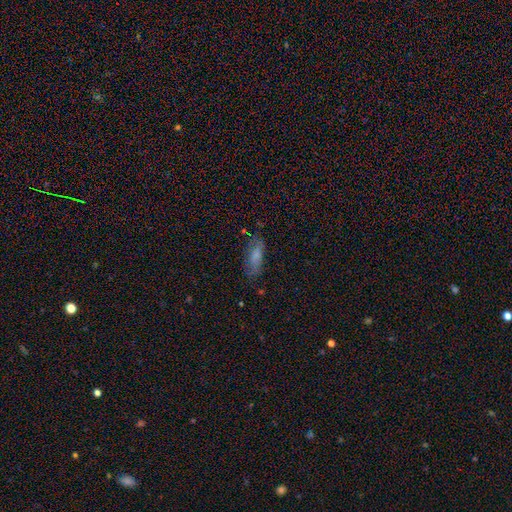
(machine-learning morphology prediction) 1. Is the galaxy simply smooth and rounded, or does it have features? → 70% smooth, 21% featured or disk, 9% star or artifact.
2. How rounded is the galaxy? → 67% in between, 31% cigar-shaped, 2% round.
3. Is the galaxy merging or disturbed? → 66% none, 23% minor disturbance, 9% major disturbance, 2% merger.